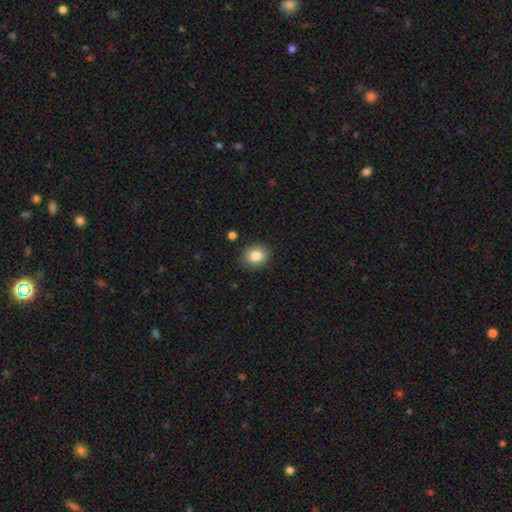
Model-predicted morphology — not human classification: smooth-or-featured: smooth: 85% | star or artifact: 9% | featured or disk: 6%
  how-rounded: round: 63% | in between: 36% | cigar-shaped: 1%
  merging: none: 86% | minor disturbance: 10% | major disturbance: 2% | merger: 2%